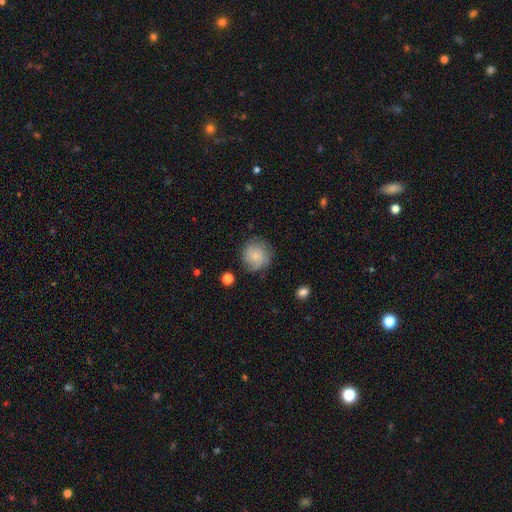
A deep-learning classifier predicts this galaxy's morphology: Smooth or featured? smooth (63%)
How rounded? round (89%)
Merging? none (73%)